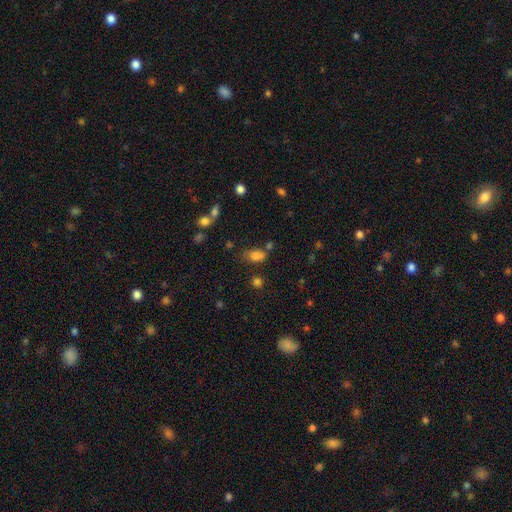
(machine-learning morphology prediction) Overall: smooth (76%). How rounded: in between (81%). Merging: none (52%; minor disturbance 23%).